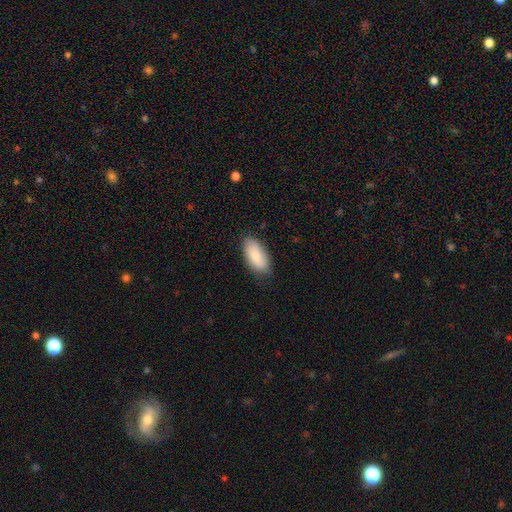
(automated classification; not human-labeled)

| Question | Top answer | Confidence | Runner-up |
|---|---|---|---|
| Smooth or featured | smooth | 82% | featured or disk (12%) |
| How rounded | in between | 92% | cigar-shaped (6%) |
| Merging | none | 79% | minor disturbance (17%) |